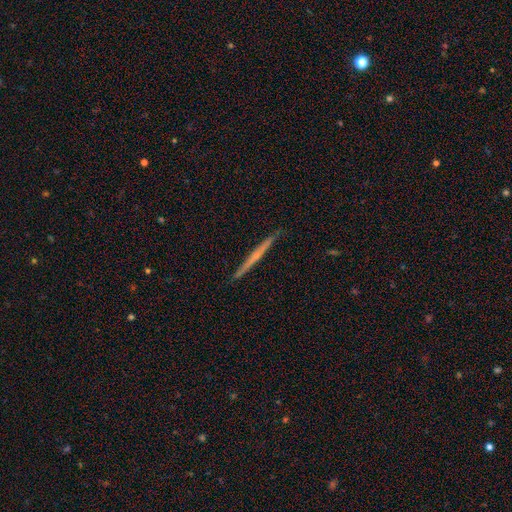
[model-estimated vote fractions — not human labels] smooth-or-featured: featured or disk: 63% | smooth: 31% | star or artifact: 6%
  disk-edge-on: yes: 98% | no: 2%
    edge-on-bulge: none: 67% | rounded: 27% | boxy: 6%
  merging: none: 92% | minor disturbance: 6% | major disturbance: 1% | merger: 1%